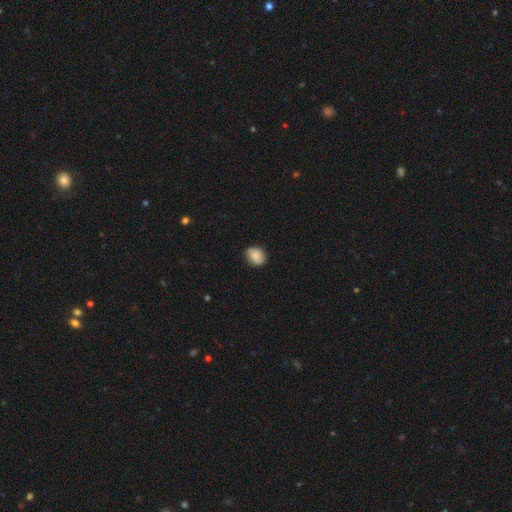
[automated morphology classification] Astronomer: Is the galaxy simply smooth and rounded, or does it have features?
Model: smooth — 82%.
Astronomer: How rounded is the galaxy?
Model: in between — 59% (runner-up: round, 39%).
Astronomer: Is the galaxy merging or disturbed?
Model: none — 83%.